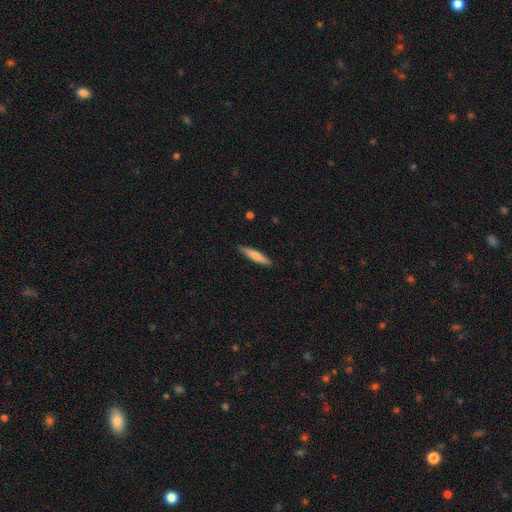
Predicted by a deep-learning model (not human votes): Overall: smooth (65%; featured or disk 30%). How rounded: cigar-shaped (90%). Merging: none (90%).